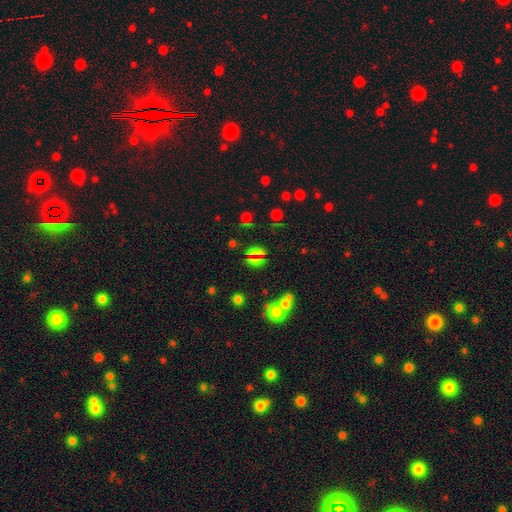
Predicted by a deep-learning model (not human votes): Q: Smooth or featured?
A: star or artifact (47%); runner-up: smooth (40%)